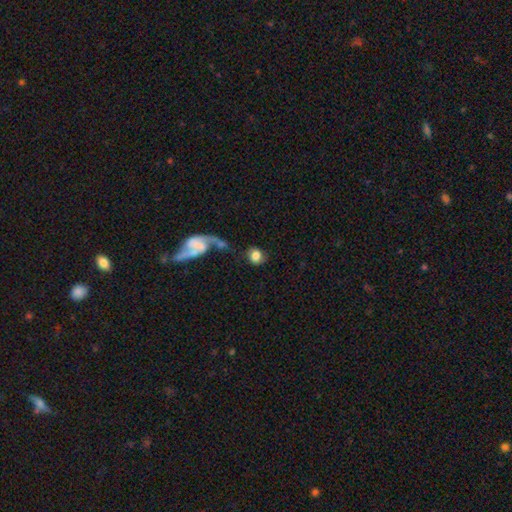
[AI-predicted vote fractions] Smooth or featured? smooth (73%)
How rounded? round (74%)
Merging? none (59%)